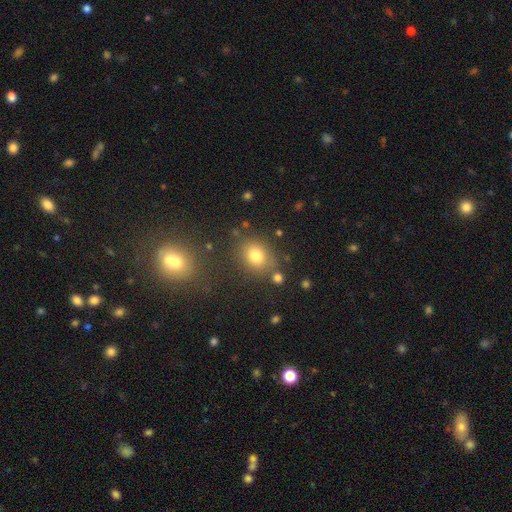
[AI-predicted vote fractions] Q: Smooth or featured?
A: smooth (76%); runner-up: star or artifact (15%)
Q: How rounded?
A: round (60%); runner-up: in between (38%)
Q: Merging?
A: none (76%); runner-up: minor disturbance (12%)